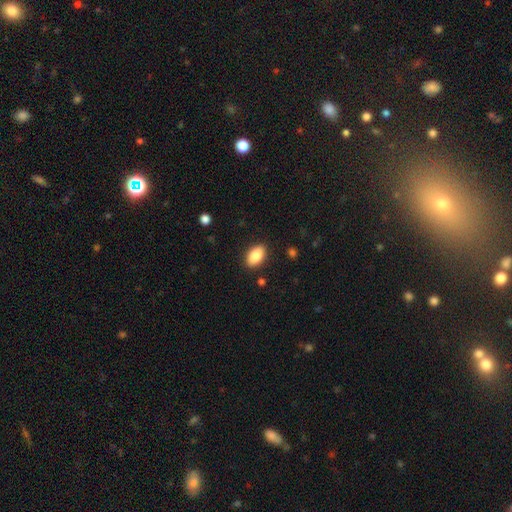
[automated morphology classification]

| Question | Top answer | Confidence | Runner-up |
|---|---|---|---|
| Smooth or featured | smooth | 87% | star or artifact (7%) |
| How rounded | in between | 92% | round (5%) |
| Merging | none | 88% | minor disturbance (9%) |